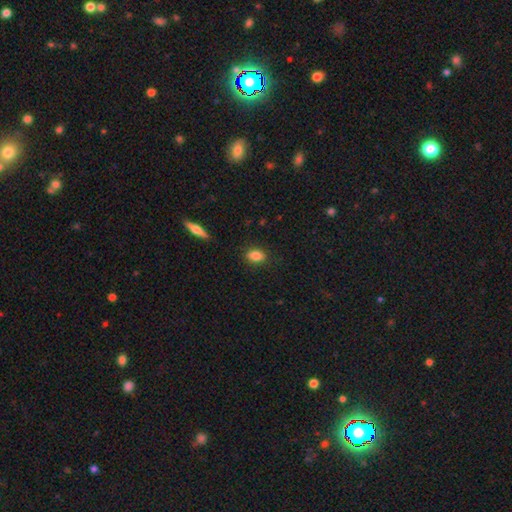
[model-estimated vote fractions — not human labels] This appears to be a smooth galaxy with no disk features (84%) that is in between round and cigar-shaped (82%). Merging: none (85%).